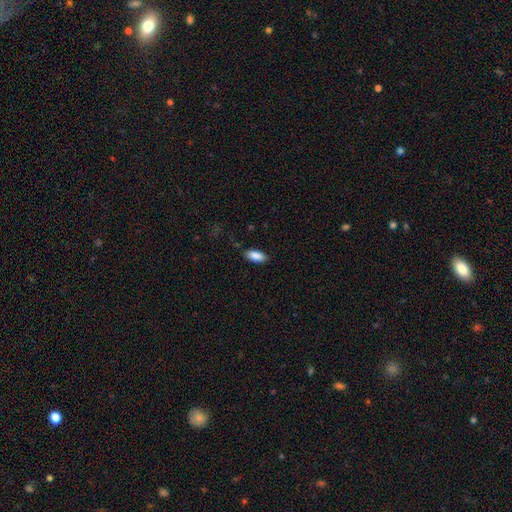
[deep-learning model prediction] A smooth galaxy with no disk features (89%) that is in between round and cigar-shaped (87%). Merging: none (86%).